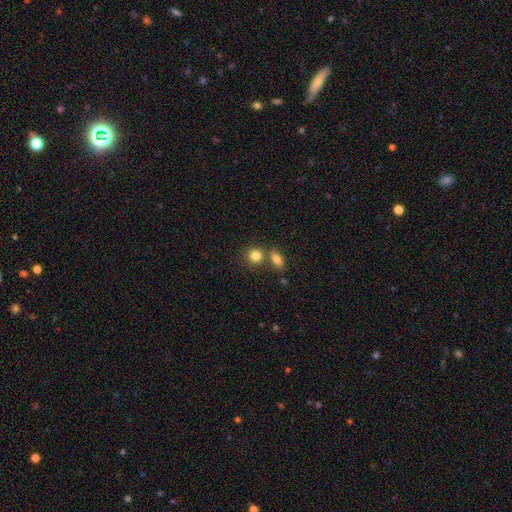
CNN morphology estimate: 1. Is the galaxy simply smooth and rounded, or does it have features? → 83% smooth, 10% star or artifact, 7% featured or disk.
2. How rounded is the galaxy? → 77% round, 22% in between, 2% cigar-shaped.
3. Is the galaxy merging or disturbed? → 59% none, 29% merger, 9% minor disturbance, 3% major disturbance.